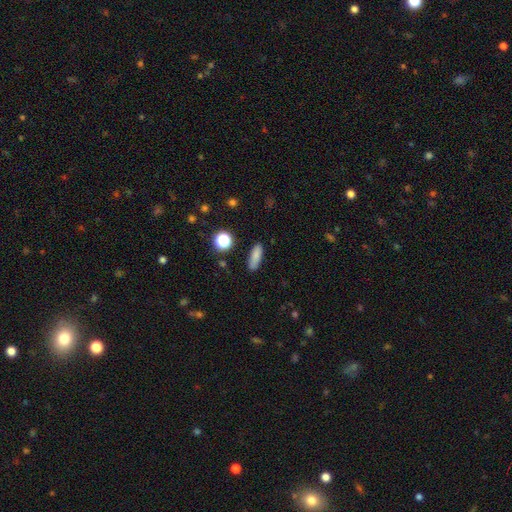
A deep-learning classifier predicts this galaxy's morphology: Overall: smooth (82%). How rounded: in between (53%; cigar-shaped 42%). Merging: none (84%).